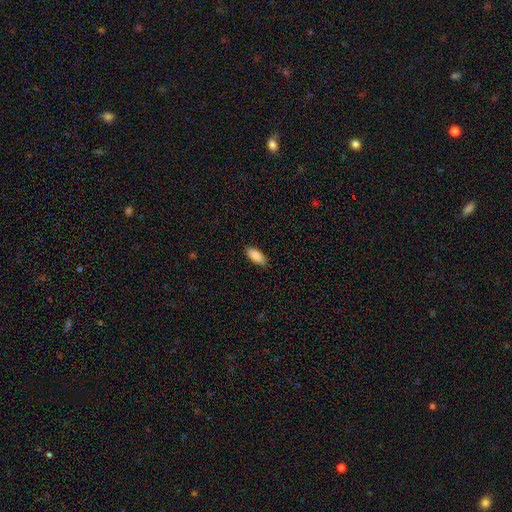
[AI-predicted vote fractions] Smooth or featured?
  - smooth: 89% *
  - star or artifact: 6%
  - featured or disk: 6%
How rounded?
  - in between: 83% *
  - cigar-shaped: 15%
  - round: 2%
Merging?
  - none: 88% *
  - minor disturbance: 9%
  - major disturbance: 2%
  - merger: 1%